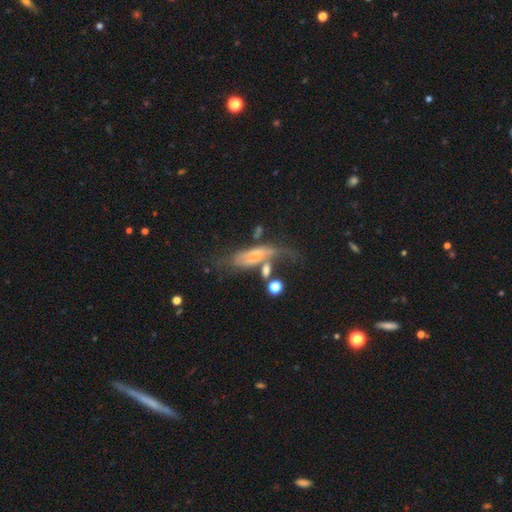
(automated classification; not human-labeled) Smooth or featured? featured or disk (52%)
Edge-on disk? no (72%)
Merging? major disturbance (33%)